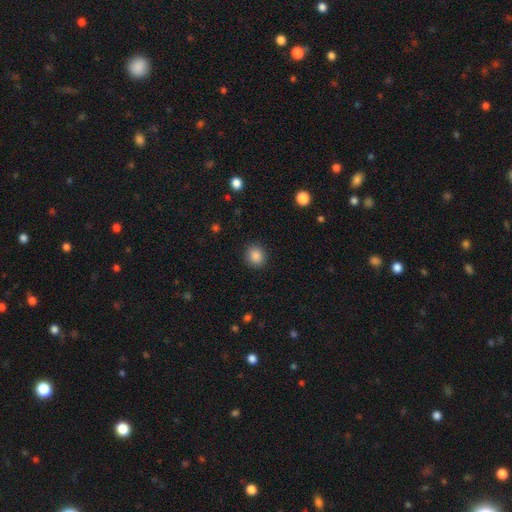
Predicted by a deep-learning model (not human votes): Smooth or featured? Predicted: smooth (p=0.86). How rounded? Predicted: round (p=0.84). Merging? Predicted: none (p=0.90).